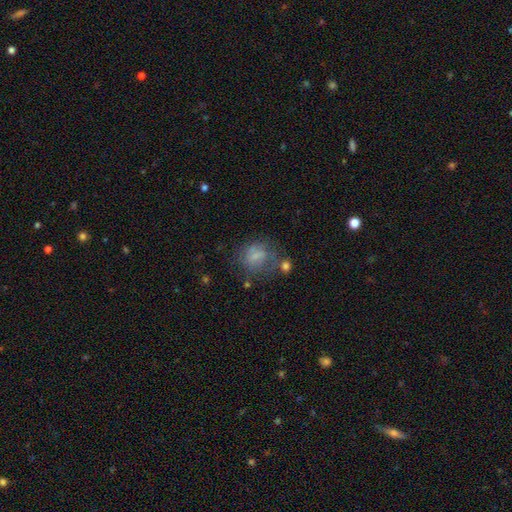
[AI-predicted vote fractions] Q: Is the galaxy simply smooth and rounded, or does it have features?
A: smooth — 52%.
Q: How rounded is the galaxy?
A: round — 62%.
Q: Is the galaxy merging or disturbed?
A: none — 46%.